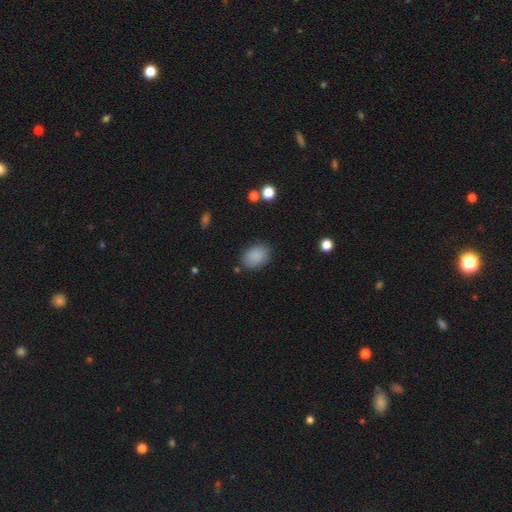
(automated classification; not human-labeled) A smooth galaxy with no disk features (87%) that is in between round and cigar-shaped (78%). Merging: none (81%).